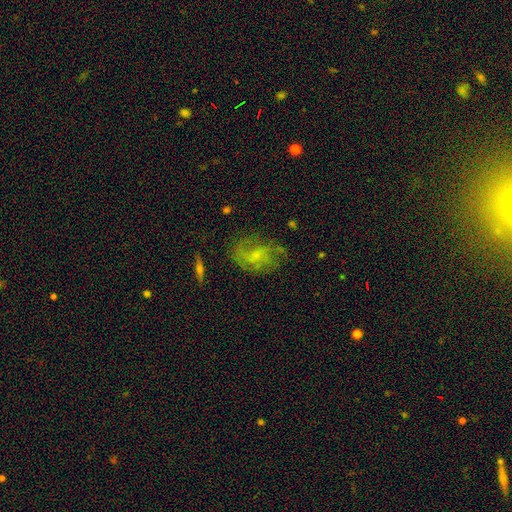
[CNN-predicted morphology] Smooth or featured?
  - featured or disk: 58% *
  - smooth: 32%
  - star or artifact: 10%
Edge-on disk?
  - no: 97% *
  - yes: 3%
Bar?
  - no: 67% *
  - weak: 29%
  - strong: 4%
Spiral arms?
  - yes: 75% *
  - no: 25%
Bulge size?
  - small: 57% *
  - none: 20%
  - moderate: 19%
  - large: 2%
  - dominant: 1%
Merging?
  - none: 56% *
  - minor disturbance: 23%
  - major disturbance: 19%
  - merger: 2%